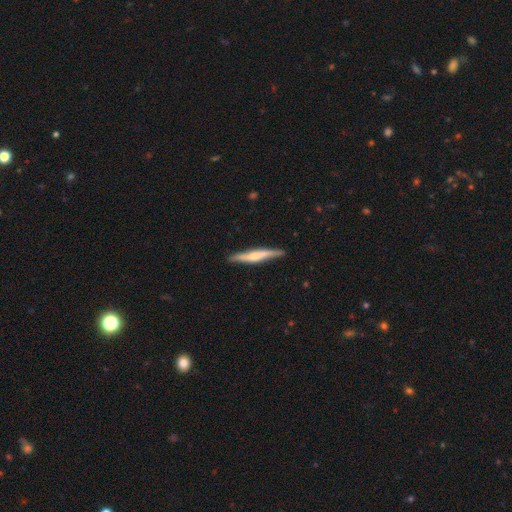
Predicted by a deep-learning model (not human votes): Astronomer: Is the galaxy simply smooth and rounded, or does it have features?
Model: featured or disk — 54% (runner-up: smooth, 41%).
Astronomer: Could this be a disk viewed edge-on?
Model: yes — 95%.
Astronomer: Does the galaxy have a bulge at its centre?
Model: rounded — 52%.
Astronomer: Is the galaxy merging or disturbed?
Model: none — 86%.